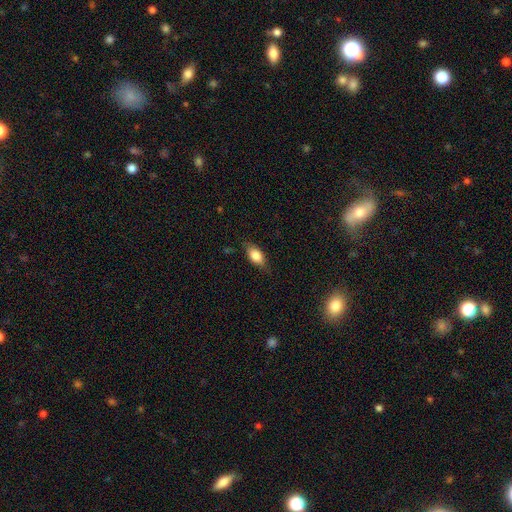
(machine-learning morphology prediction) smooth-or-featured: smooth: 78% | featured or disk: 15% | star or artifact: 7%
  how-rounded: in between: 85% | cigar-shaped: 9% | round: 6%
  merging: none: 77% | minor disturbance: 18% | major disturbance: 4% | merger: 1%